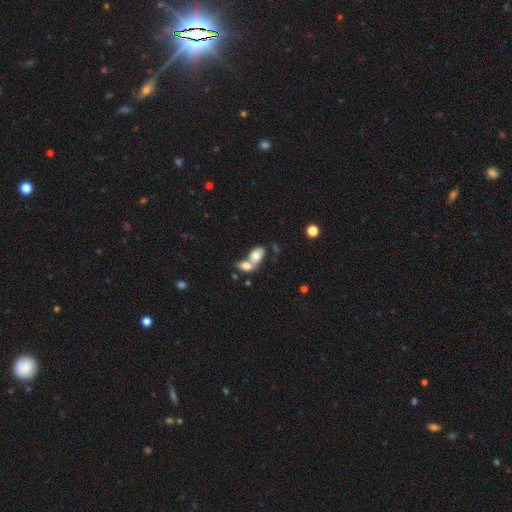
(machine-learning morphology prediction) smooth_or_featured: smooth (p=0.69) [alt: featured or disk p=0.23]
how_rounded: in between (p=0.84) [alt: round p=0.14]
merging: merger (p=0.70) [alt: none p=0.19]